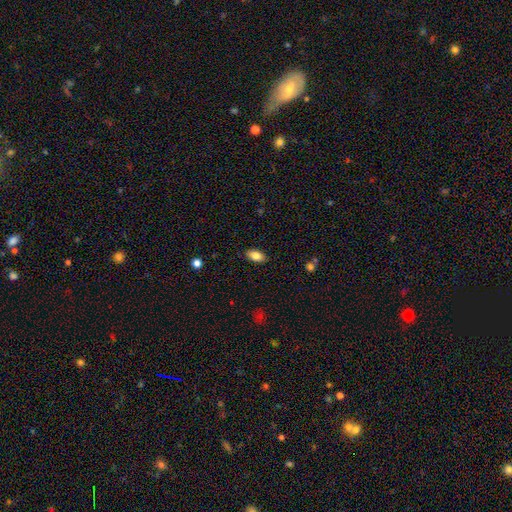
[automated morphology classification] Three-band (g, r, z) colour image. It shows a smooth galaxy with no disk features (83%) that is in between round and cigar-shaped (92%). Merging: none (88%).